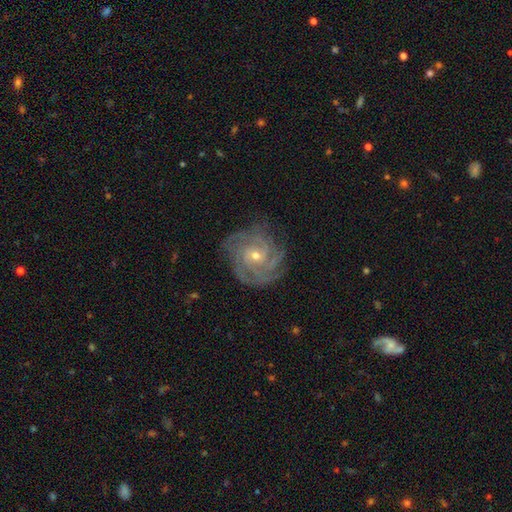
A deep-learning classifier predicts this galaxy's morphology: The model was most divided on "spiral arm count": 4: 29%, 3: 26%, can't tell: 19%, 2: 10%, more than 4: 9%, 1: 7%. More confident: spiral arms — yes (98%); edge-on disk — no (97%); smooth or featured — featured or disk (88%); merging — none (79%); spiral winding — tight (73%); bar — no (68%); bulge size — small (58%).